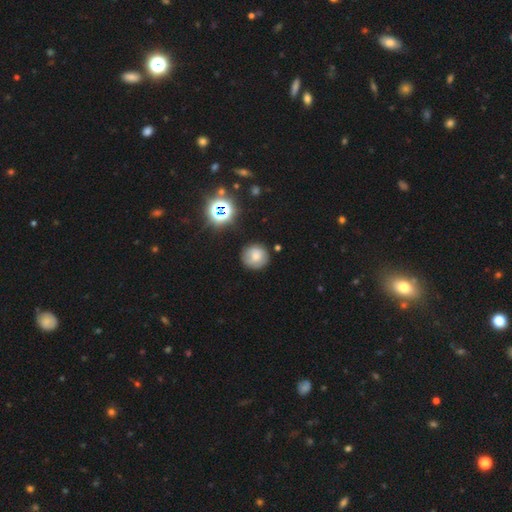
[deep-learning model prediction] Q: Smooth or featured?
A: smooth (70%); runner-up: featured or disk (16%)
Q: How rounded?
A: round (91%); runner-up: in between (8%)
Q: Merging?
A: none (81%); runner-up: minor disturbance (13%)